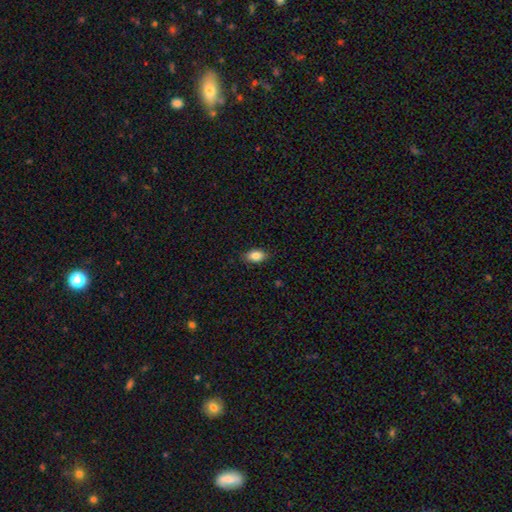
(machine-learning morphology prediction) A smooth galaxy with no disk features (85%) that is in between round and cigar-shaped (89%).

Vote fractions:
- Smooth or featured? smooth: 85% / star or artifact: 8% / featured or disk: 8%
- How rounded? in between: 89% / round: 8% / cigar-shaped: 3%
- Merging? none: 86% / minor disturbance: 11% / major disturbance: 2% / merger: 1%